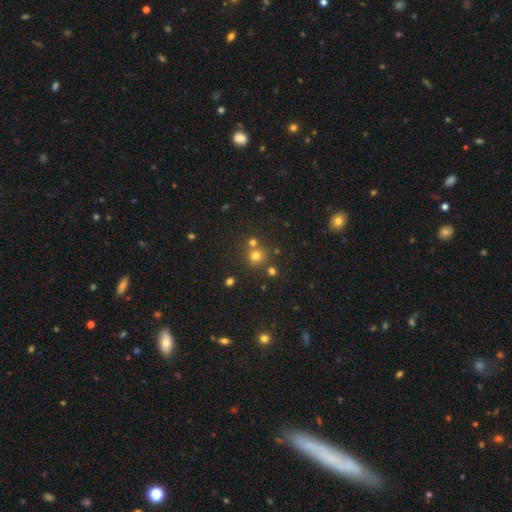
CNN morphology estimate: Overall: smooth (70%). How rounded: round (91%). Merging: none (68%).